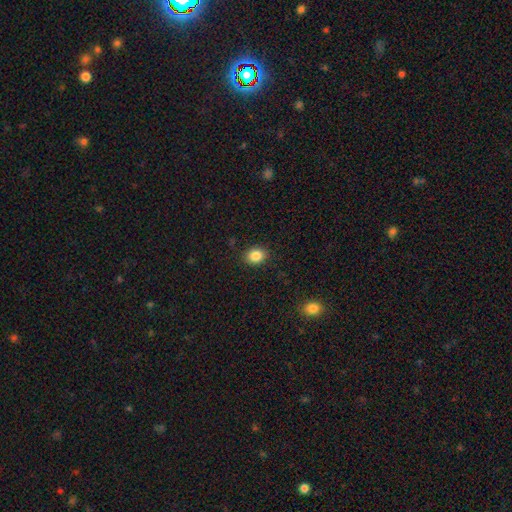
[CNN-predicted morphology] smooth_or_featured: smooth (p=0.85) [alt: star or artifact p=0.10]
how_rounded: round (p=0.50) [alt: in between p=0.49]
merging: none (p=0.88) [alt: minor disturbance p=0.08]